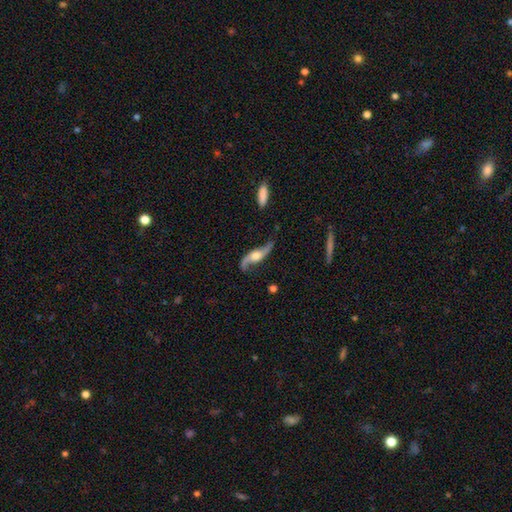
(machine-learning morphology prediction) A featured or disk galaxy (85%) with no bar (64%), 2 (93%) loose (86%) spiral arms (95%) and a moderate central bulge (59%).

Vote fractions:
- Smooth or featured? featured or disk: 85% / smooth: 10% / star or artifact: 5%
- Edge-on disk? no: 81% / yes: 19%
- Bar? no: 64% / weak: 27% / strong: 9%
- Spiral arms? yes: 95% / no: 5%
- Spiral winding? loose: 86% / medium: 10% / tight: 3%
- Spiral arm count? 2: 93% / 1: 3% / can't tell: 2% / 3: 1% / 4: 1% / more than 4: 1%
- Bulge size? moderate: 59% / large: 21% / small: 14% / none: 3% / dominant: 2%
- Merging? none: 71% / minor disturbance: 18% / major disturbance: 8% / merger: 3%